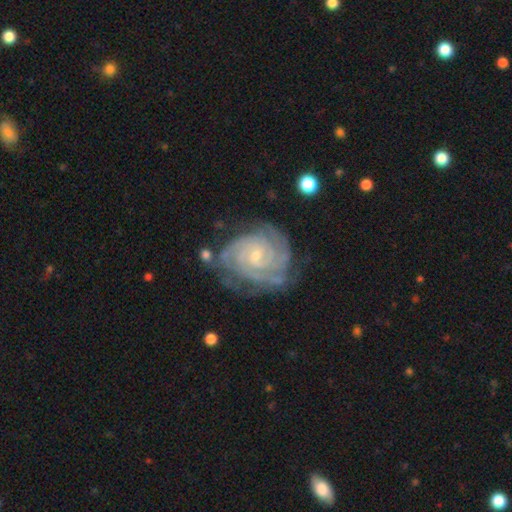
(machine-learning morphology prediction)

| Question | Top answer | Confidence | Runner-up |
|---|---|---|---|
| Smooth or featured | featured or disk | 90% | star or artifact (5%) |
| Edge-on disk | no | 98% | yes (2%) |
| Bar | no | 64% | weak (28%) |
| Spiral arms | yes | 98% | no (2%) |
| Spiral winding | tight | 80% | medium (18%) |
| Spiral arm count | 3 | 26% | 4 (22%) |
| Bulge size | small | 76% | moderate (20%) |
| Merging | none | 69% | minor disturbance (21%) |